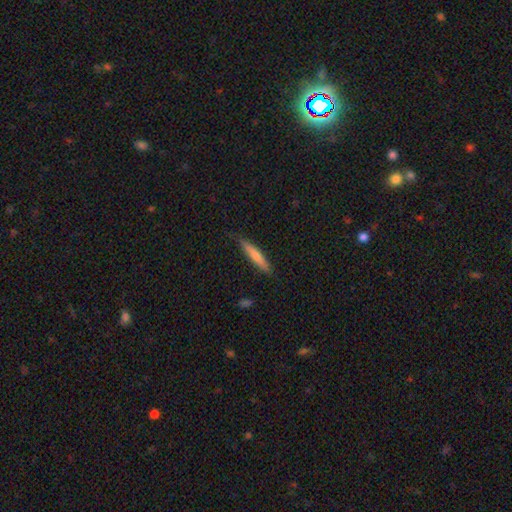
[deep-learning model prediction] Q: Smooth or featured?
A: smooth (70%); runner-up: featured or disk (24%)
Q: How rounded?
A: cigar-shaped (91%); runner-up: in between (8%)
Q: Merging?
A: none (81%); runner-up: minor disturbance (15%)